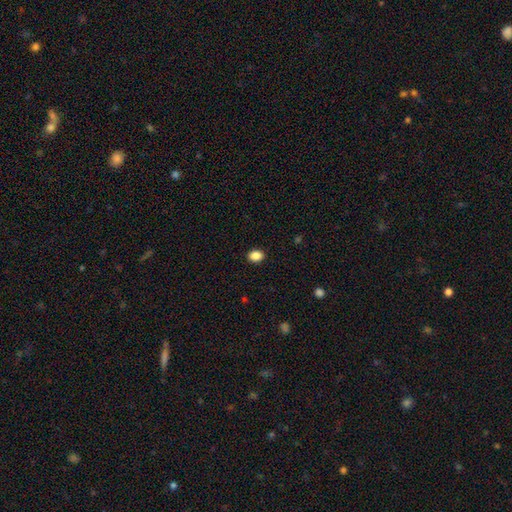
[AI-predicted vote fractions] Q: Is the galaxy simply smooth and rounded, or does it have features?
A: smooth — 88%.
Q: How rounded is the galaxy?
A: in between — 63%.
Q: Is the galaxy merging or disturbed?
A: none — 90%.